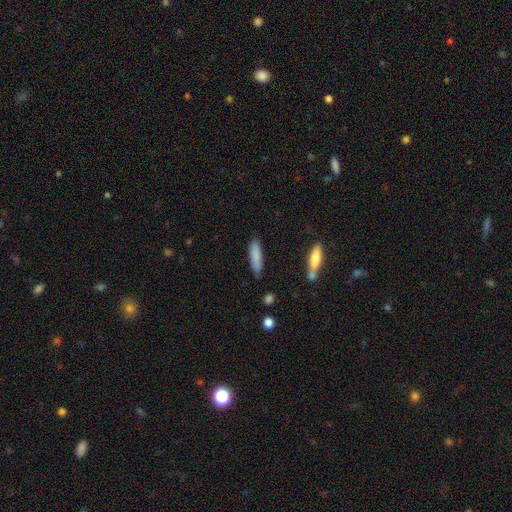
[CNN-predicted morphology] The model was most divided on "how rounded": cigar-shaped: 69%, in between: 29%, round: 1%. More confident: smooth or featured — smooth (84%); merging — none (82%).